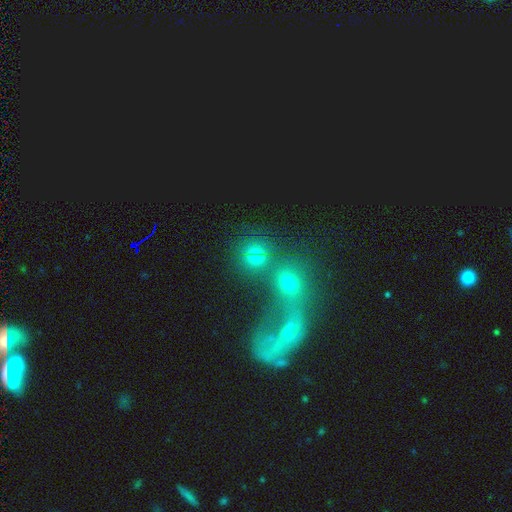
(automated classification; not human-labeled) A smooth galaxy with no disk features (59%) that is round (82%). Merging: none (53%).